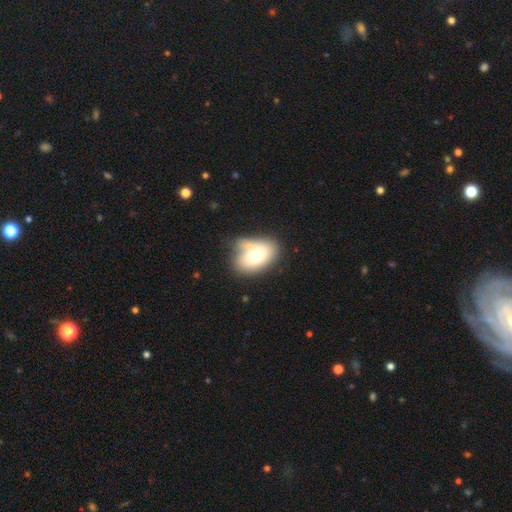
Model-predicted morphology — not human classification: smooth 71%, featured or disk 21%, star or artifact 8%. Down the decision tree: how rounded — in between (82%); merging — none (46%).